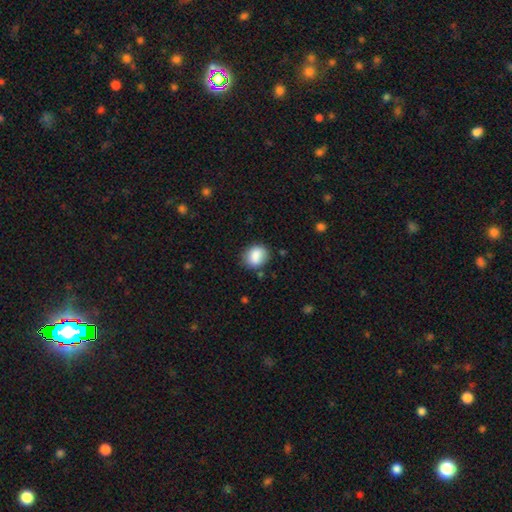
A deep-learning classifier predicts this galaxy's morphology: This is clearly a smooth galaxy (85%). How rounded: possibly round (53%). Merging: likely none (77%).